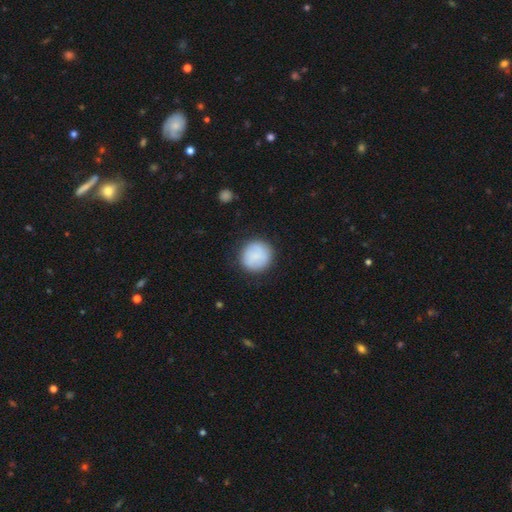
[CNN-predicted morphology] This is likely a smooth galaxy (80%). How rounded: clearly round (93%). Merging: clearly none (85%).